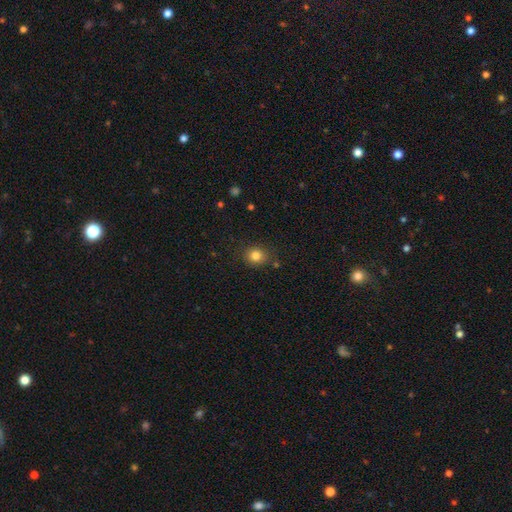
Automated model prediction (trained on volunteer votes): Morphology: type=smooth (82%); roundness=round (78%); merging=none (84%).